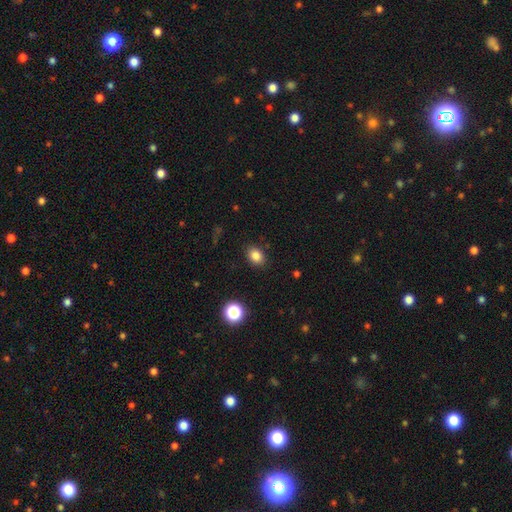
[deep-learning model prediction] Smooth or featured? smooth (85%)
How rounded? in between (66%)
Merging? none (87%)